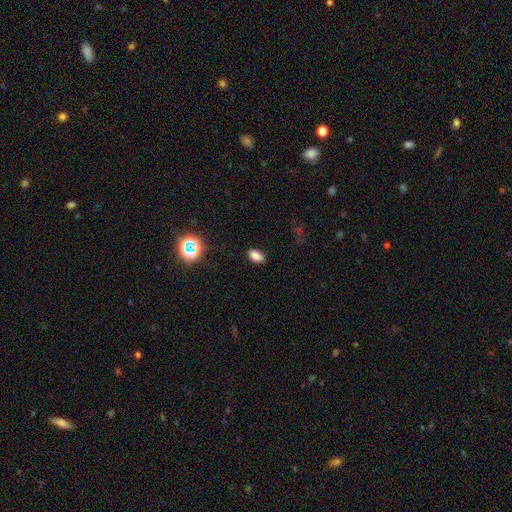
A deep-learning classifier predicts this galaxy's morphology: A smooth galaxy with no disk features (80%) that is in between round and cigar-shaped (90%). Merging: none (85%).